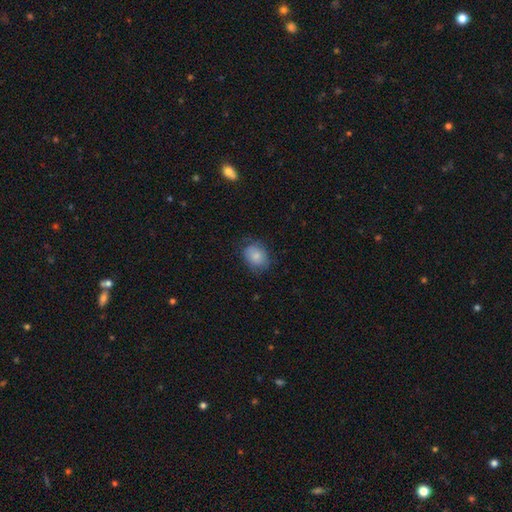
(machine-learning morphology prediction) Overall: smooth (80%). How rounded: in between (52%; round 47%). Merging: none (67%).